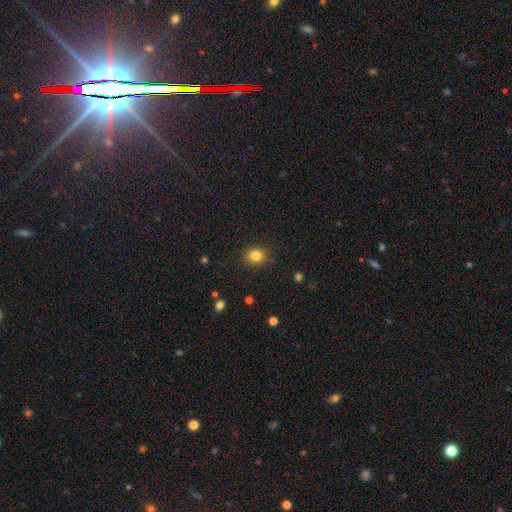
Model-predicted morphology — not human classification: The model was most divided on "how rounded": round: 63%, in between: 36%, cigar-shaped: 1%. More confident: merging — none (88%); smooth or featured — smooth (82%).